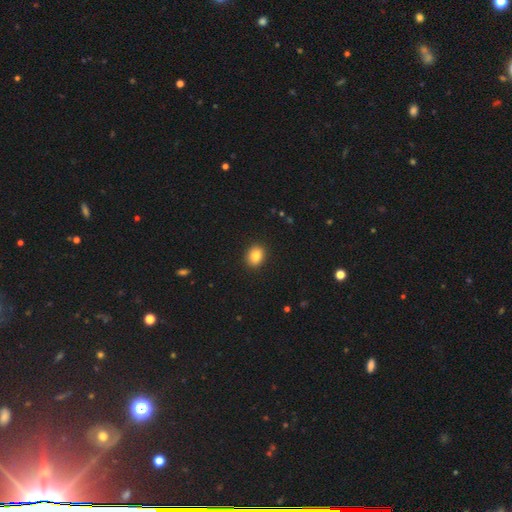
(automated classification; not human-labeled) smooth-or-featured: smooth: 83% | star or artifact: 9% | featured or disk: 7%
  how-rounded: in between: 54% | round: 45% | cigar-shaped: 1%
  merging: none: 90% | minor disturbance: 7% | major disturbance: 2% | merger: 1%